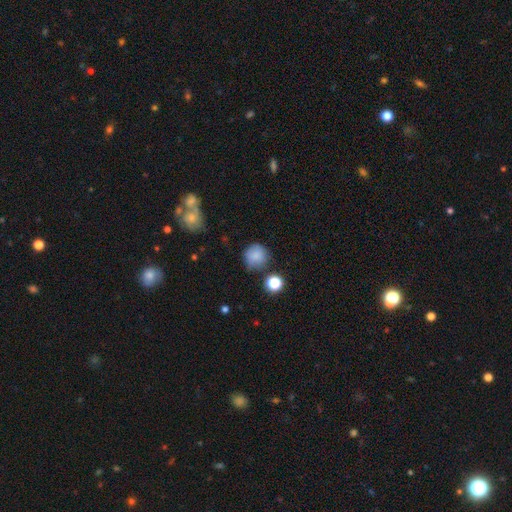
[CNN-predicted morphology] A smooth galaxy with no disk features (82%) that is round (91%).

Vote fractions:
- Smooth or featured? smooth: 82% / star or artifact: 11% / featured or disk: 8%
- How rounded? round: 91% / in between: 8% / cigar-shaped: 1%
- Merging? none: 74% / minor disturbance: 16% / merger: 5% / major disturbance: 5%